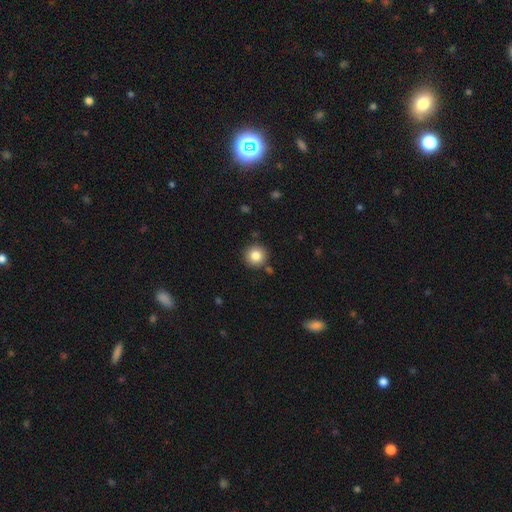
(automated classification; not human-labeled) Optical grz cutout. It shows a smooth galaxy with no disk features (83%) that is round (95%). Merging: none (88%).